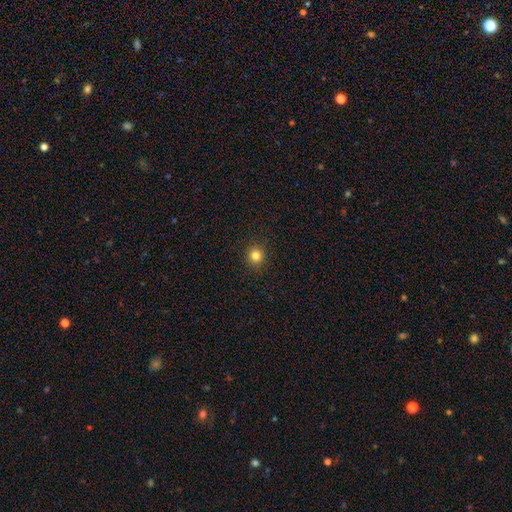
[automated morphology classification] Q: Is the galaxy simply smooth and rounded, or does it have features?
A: smooth — 82%.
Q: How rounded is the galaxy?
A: round — 91%.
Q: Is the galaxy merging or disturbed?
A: none — 92%.